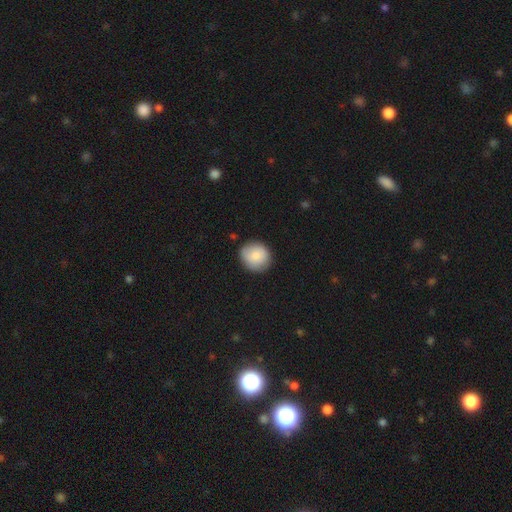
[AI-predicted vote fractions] This is clearly a smooth galaxy (82%). How rounded: clearly round (89%). Merging: clearly none (85%).